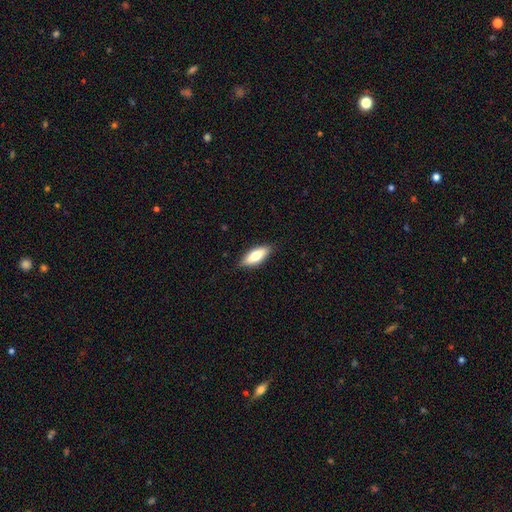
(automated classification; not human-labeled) A smooth galaxy with no disk features (72%) that is in between round and cigar-shaped (70%). Merging: none (87%).